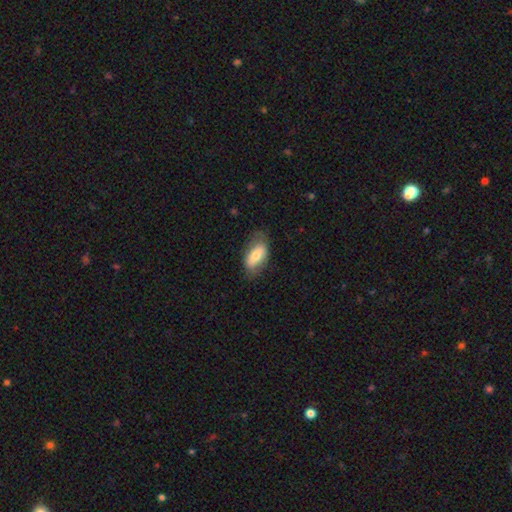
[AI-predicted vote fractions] smooth 66%, featured or disk 28%, star or artifact 6%. Down the decision tree: how rounded — in between (86%); merging — none (68%).